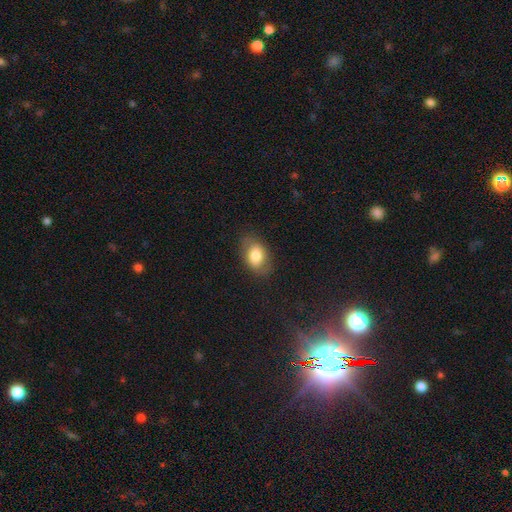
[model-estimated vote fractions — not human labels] This is likely a smooth galaxy (78%). How rounded: clearly in between (82%). Merging: likely none (76%).